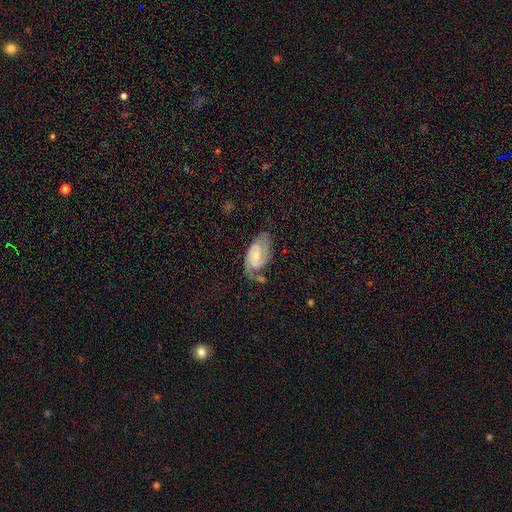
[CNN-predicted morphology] type=featured or disk (70%); edge-on=no (95%); bar=no (57%); spiral arms=yes (92%); winding=tight (45%); arm count=2 (66%); bulge=small (47%); merging=none (52%).